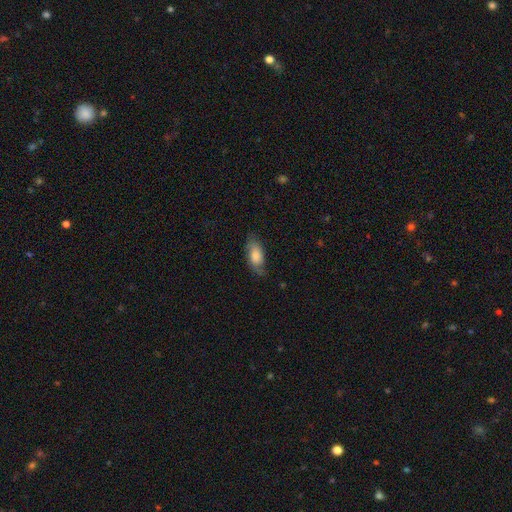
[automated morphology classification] A smooth galaxy with no disk features (71%) that is in between round and cigar-shaped (86%). Merging: none (69%).